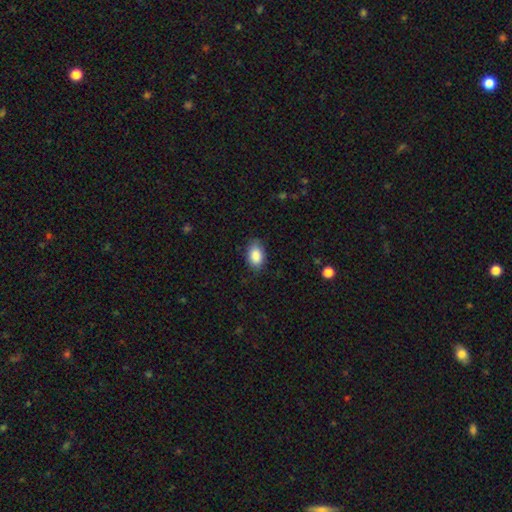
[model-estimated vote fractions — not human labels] smooth-or-featured: smooth: 88% | star or artifact: 7% | featured or disk: 5%
  how-rounded: in between: 90% | round: 9% | cigar-shaped: 1%
  merging: none: 78% | minor disturbance: 17% | major disturbance: 3% | merger: 1%